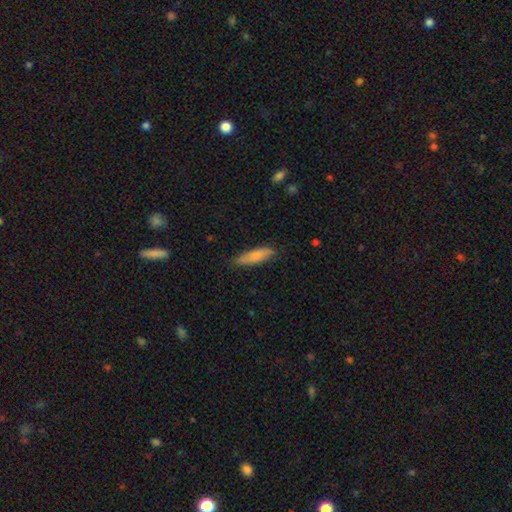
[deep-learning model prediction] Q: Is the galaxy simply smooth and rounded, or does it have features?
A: smooth — 80%.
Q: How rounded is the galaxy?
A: cigar-shaped — 65%.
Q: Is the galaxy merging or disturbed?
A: none — 79%.